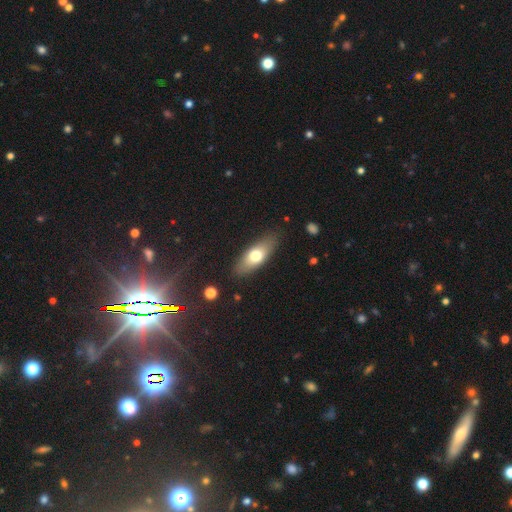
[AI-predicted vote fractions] smooth 67%, featured or disk 27%, star or artifact 6%. Down the decision tree: how rounded — in between (70%); merging — none (84%).